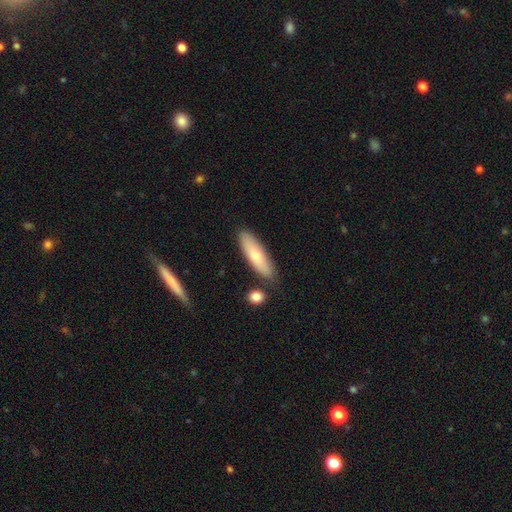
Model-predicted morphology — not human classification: type=smooth (71%); roundness=cigar-shaped (57%); merging=none (81%).